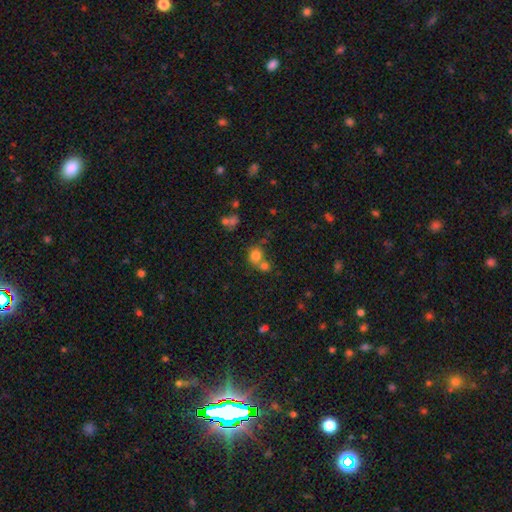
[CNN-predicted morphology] Overall: smooth (76%). How rounded: round (76%). Merging: merger (44%; none 43%).